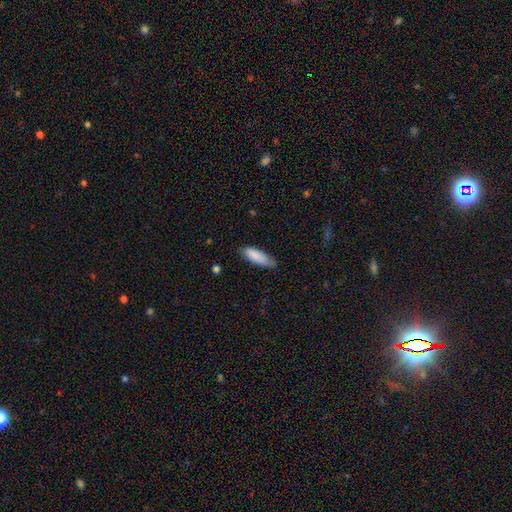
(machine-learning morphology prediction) The model was most divided on "how rounded": in between: 61%, cigar-shaped: 37%, round: 1%. More confident: smooth or featured — smooth (85%); merging — none (63%).